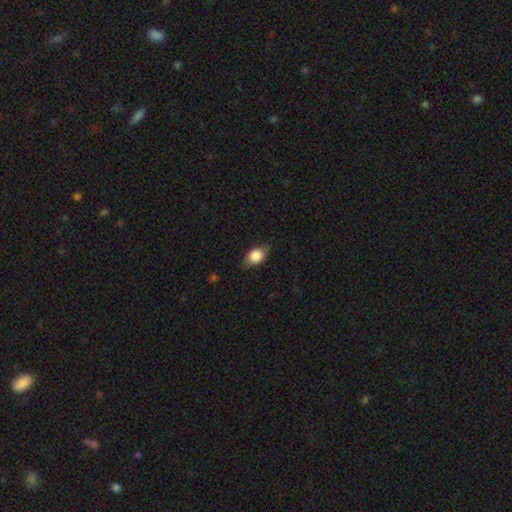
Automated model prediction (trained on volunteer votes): Overall: smooth (81%). How rounded: in between (79%). Merging: none (76%).